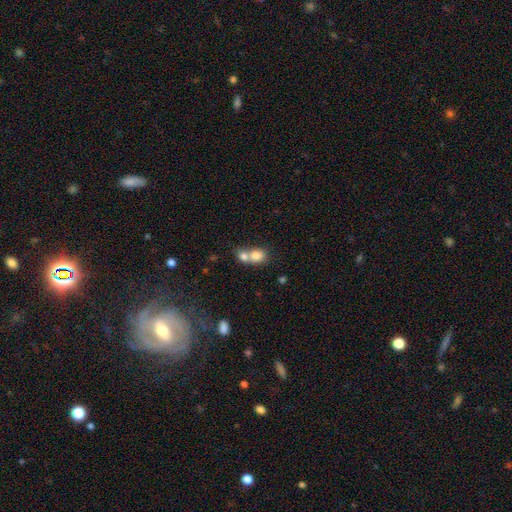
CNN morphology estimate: A smooth galaxy with no disk features (77%) that is round (53%).

Vote fractions:
- Smooth or featured? smooth: 77% / featured or disk: 14% / star or artifact: 9%
- How rounded? round: 53% / in between: 46% / cigar-shaped: 1%
- Merging? merger: 69% / none: 23% / minor disturbance: 5% / major disturbance: 3%